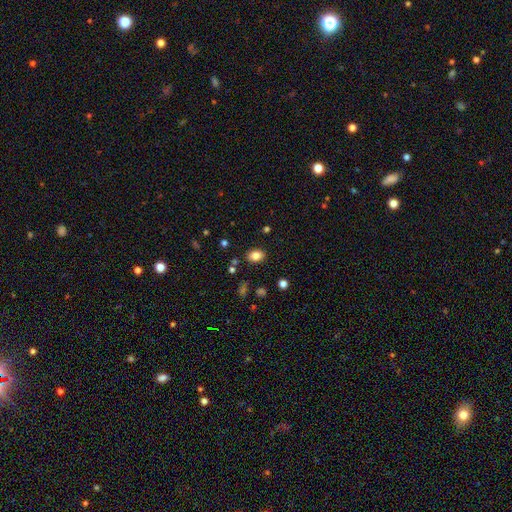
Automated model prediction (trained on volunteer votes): This is clearly a smooth galaxy (83%). How rounded: likely in between (73%). Merging: clearly none (87%).